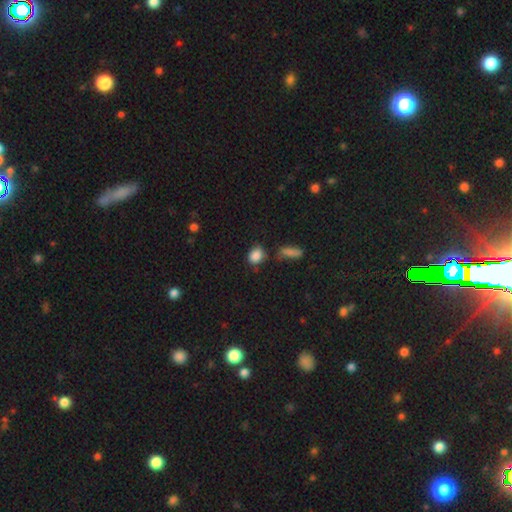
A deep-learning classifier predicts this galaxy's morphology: Q: Smooth or featured?
A: smooth (86%); runner-up: star or artifact (10%)
Q: How rounded?
A: in between (50%); runner-up: round (48%)
Q: Merging?
A: none (66%); runner-up: minor disturbance (19%)